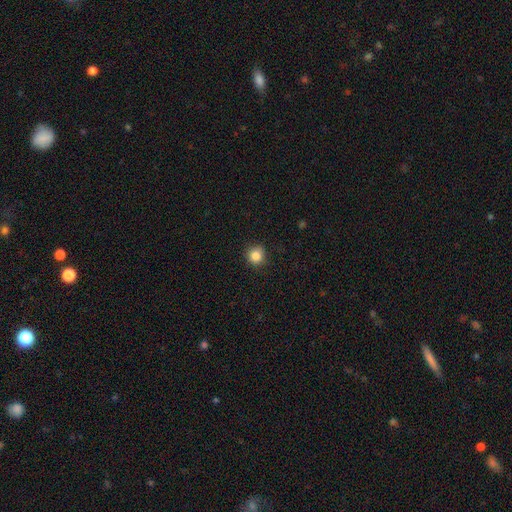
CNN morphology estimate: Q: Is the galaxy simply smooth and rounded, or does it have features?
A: smooth — 85%.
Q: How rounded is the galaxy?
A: round — 92%.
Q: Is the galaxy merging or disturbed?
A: none — 89%.